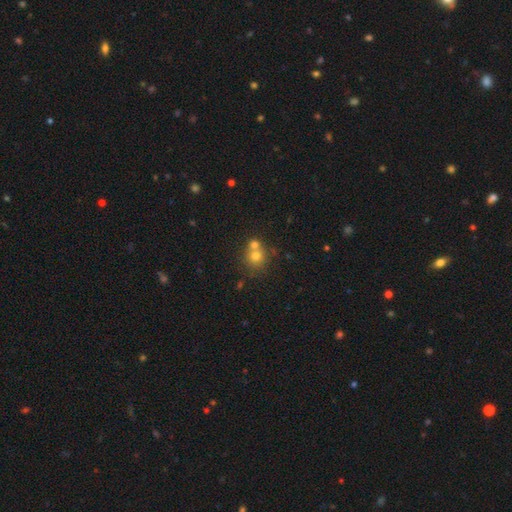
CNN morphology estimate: This is likely a smooth galaxy (73%). How rounded: clearly round (85%). Merging: possibly none (45%, tied with merger).